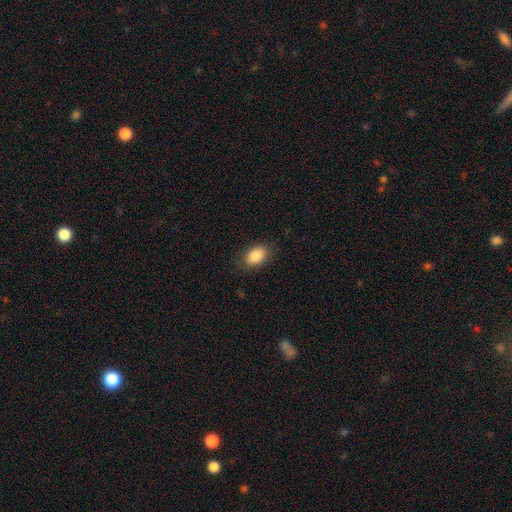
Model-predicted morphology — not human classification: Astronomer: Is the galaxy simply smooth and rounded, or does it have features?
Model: smooth — 88%.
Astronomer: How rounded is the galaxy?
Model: in between — 88%.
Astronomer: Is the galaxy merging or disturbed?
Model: none — 85%.